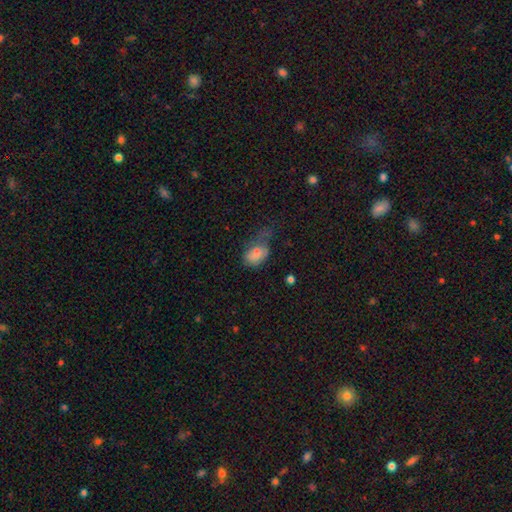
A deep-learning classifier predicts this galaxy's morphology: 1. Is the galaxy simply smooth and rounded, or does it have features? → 74% smooth, 16% featured or disk, 10% star or artifact.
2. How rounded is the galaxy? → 84% in between, 15% round, 2% cigar-shaped.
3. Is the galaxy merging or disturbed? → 40% major disturbance, 29% minor disturbance, 23% none, 8% merger.